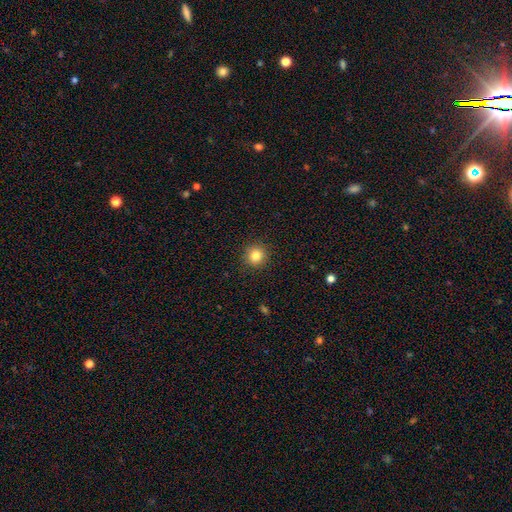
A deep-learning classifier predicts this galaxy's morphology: A smooth galaxy with no disk features (83%) that is round (94%). Merging: none (91%).